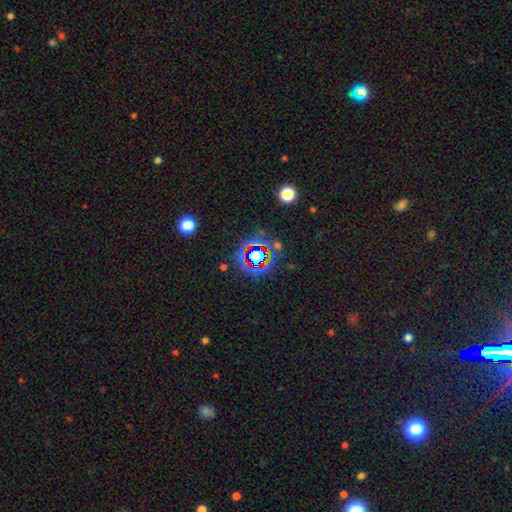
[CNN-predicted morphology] Smooth or featured? Predicted: star or artifact (p=0.65).